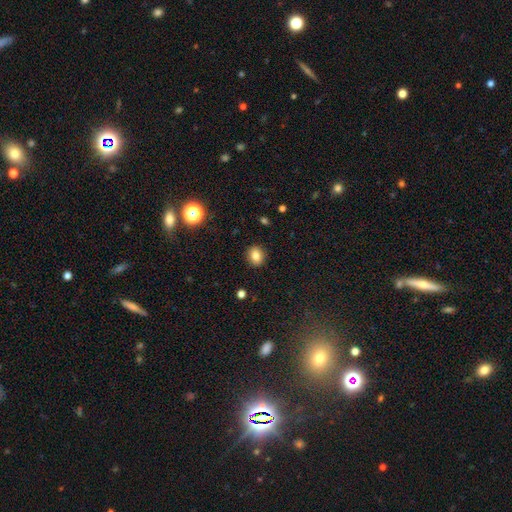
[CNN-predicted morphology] smooth-or-featured: smooth: 81% | star or artifact: 11% | featured or disk: 8%
  how-rounded: round: 65% | in between: 34% | cigar-shaped: 1%
  merging: none: 90% | minor disturbance: 7% | major disturbance: 2% | merger: 1%